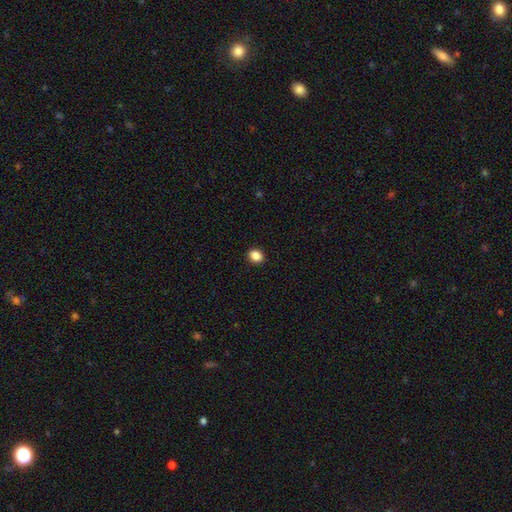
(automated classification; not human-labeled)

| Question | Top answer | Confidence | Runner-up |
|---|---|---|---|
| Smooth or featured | smooth | 87% | star or artifact (10%) |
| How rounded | round | 57% | in between (42%) |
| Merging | none | 92% | minor disturbance (6%) |